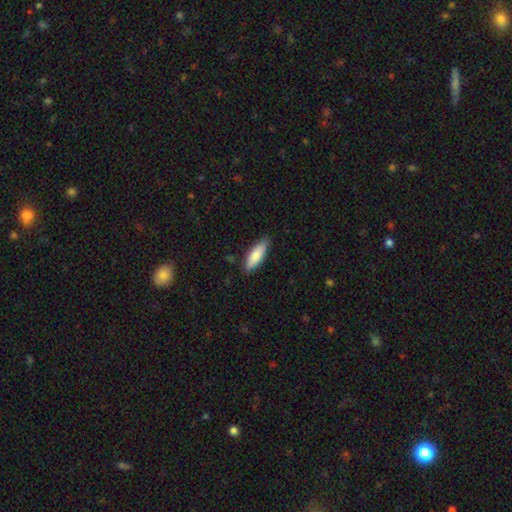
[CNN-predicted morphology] smooth-or-featured: smooth: 83% | featured or disk: 12% | star or artifact: 5%
  how-rounded: in between: 58% | cigar-shaped: 40% | round: 2%
  merging: none: 84% | minor disturbance: 13% | major disturbance: 2% | merger: 1%